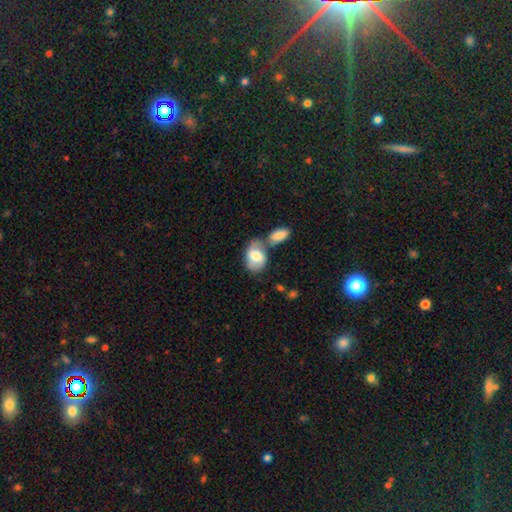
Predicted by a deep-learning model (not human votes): The model was most divided on "merging": merger: 42%, none: 34%, minor disturbance: 16%, major disturbance: 7%. More confident: how rounded — in between (82%); smooth or featured — smooth (67%).